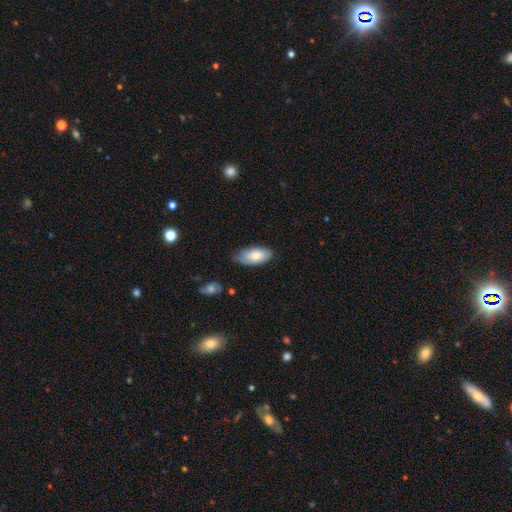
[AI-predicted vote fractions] A smooth galaxy with no disk features (78%) that is in between round and cigar-shaped (92%). Merging: none (72%).